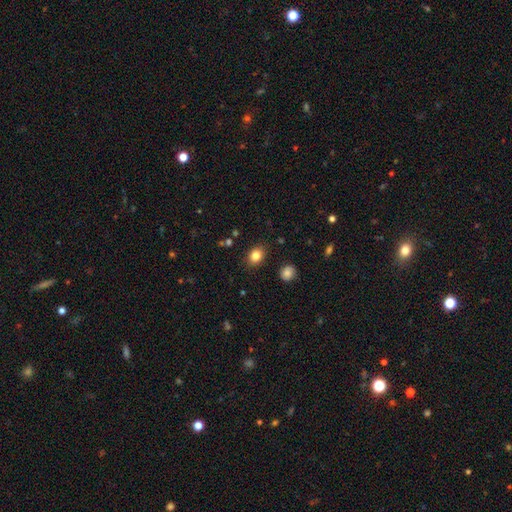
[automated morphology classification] This appears to be a smooth galaxy with no disk features (84%) that is in between round and cigar-shaped (56%). Merging: none (87%).